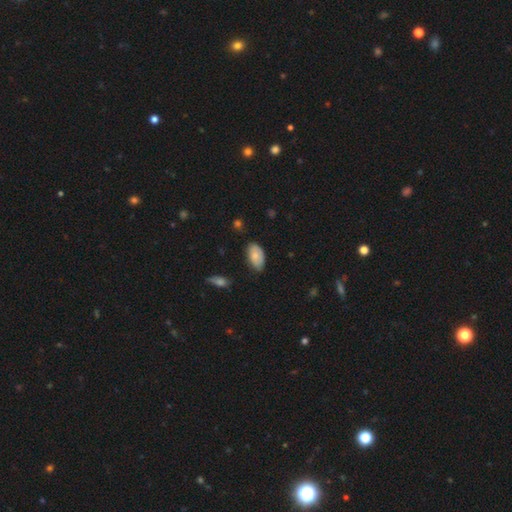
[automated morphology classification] Smooth or featured? Predicted: smooth (p=0.76). How rounded? Predicted: in between (p=0.94). Merging? Predicted: none (p=0.64).